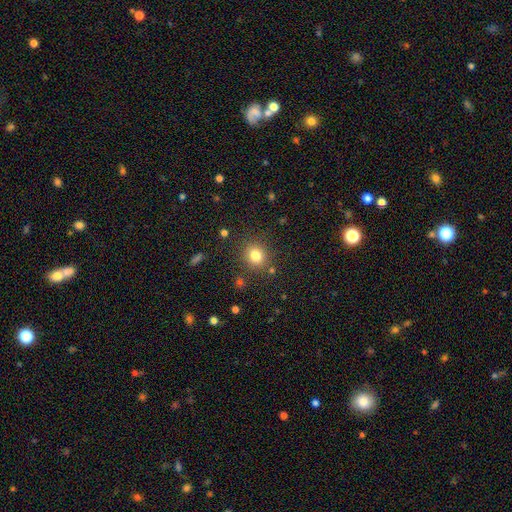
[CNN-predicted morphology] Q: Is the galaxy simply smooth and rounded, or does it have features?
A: smooth — 80%.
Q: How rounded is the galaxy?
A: round — 79%.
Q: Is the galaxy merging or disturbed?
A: none — 84%.